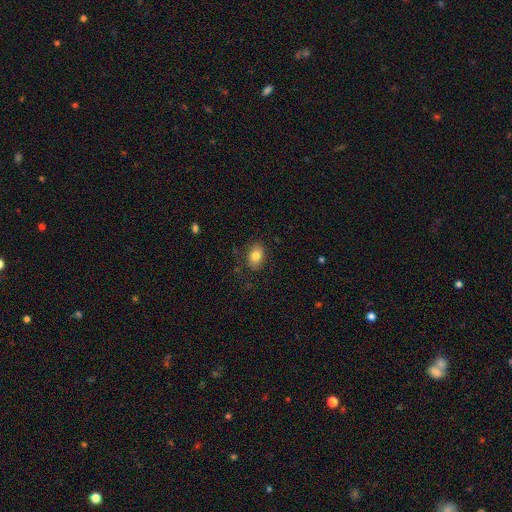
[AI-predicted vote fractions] Morphology: type=smooth (82%); roundness=in between (78%); merging=none (82%).